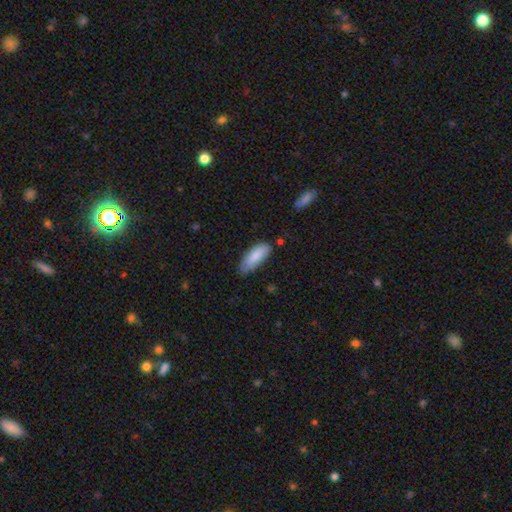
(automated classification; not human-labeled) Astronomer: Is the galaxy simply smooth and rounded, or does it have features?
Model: smooth — 86%.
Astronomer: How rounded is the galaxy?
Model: in between — 73%.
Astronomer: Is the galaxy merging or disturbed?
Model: none — 69%.